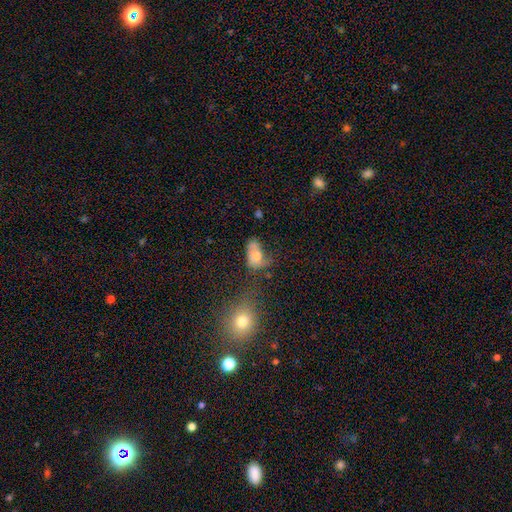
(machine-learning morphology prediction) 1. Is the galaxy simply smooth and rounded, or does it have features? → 65% smooth, 23% featured or disk, 12% star or artifact.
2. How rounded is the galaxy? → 83% in between, 15% round, 2% cigar-shaped.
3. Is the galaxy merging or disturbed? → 36% major disturbance, 23% minor disturbance, 22% none, 19% merger.